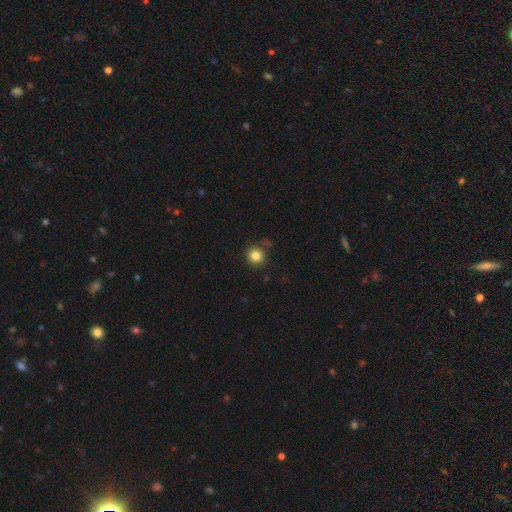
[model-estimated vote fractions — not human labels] Q: Smooth or featured?
A: smooth (83%); runner-up: star or artifact (12%)
Q: How rounded?
A: round (91%); runner-up: in between (8%)
Q: Merging?
A: none (86%); runner-up: minor disturbance (8%)